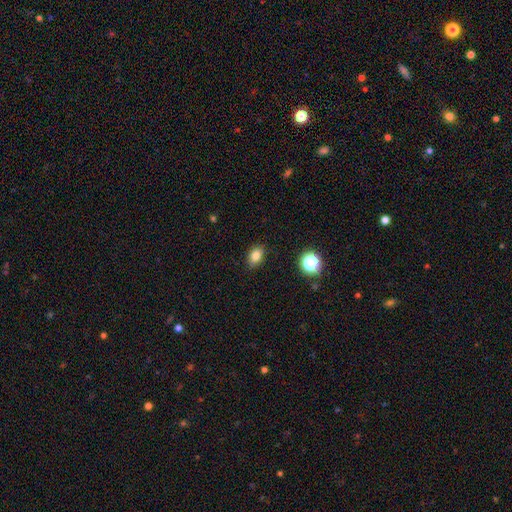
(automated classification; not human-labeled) Morphology: type=smooth (81%); roundness=in between (72%); merging=none (84%).